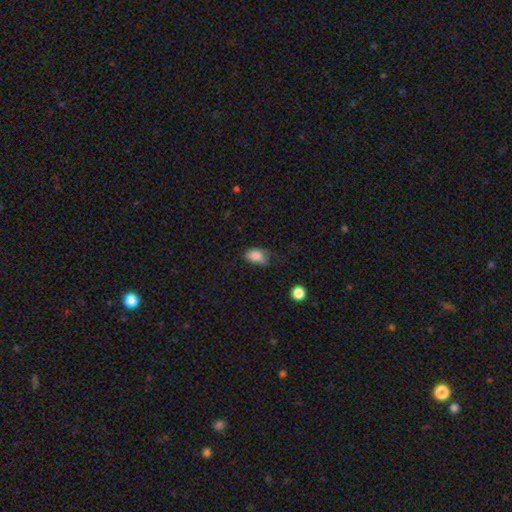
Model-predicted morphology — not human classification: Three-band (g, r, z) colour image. It shows a smooth galaxy with no disk features (84%) that is in between round and cigar-shaped (85%). Merging: none (55%).